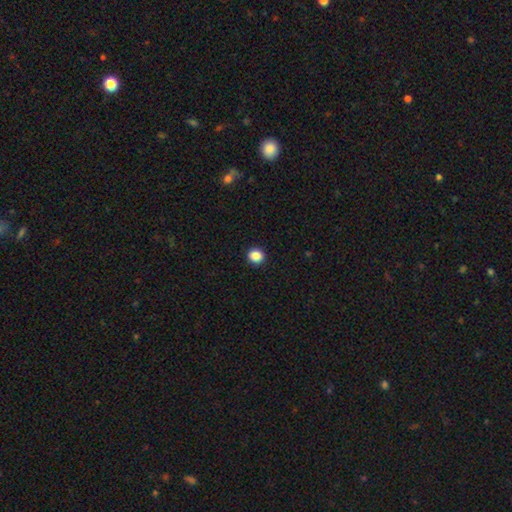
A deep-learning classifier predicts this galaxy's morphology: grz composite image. It shows a smooth galaxy with no disk features (87%) that is round (85%). Merging: none (93%).